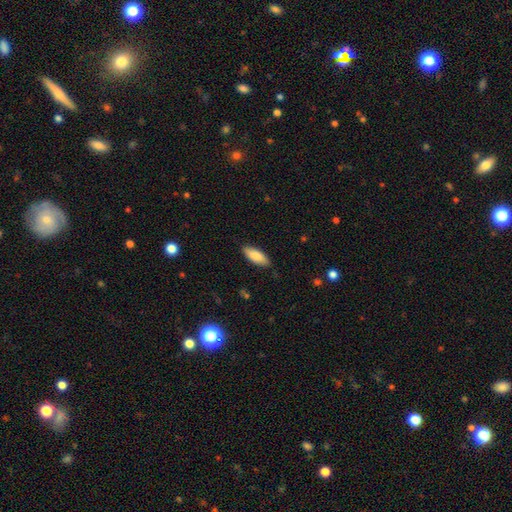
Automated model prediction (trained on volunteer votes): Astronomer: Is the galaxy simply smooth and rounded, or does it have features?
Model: smooth — 85%.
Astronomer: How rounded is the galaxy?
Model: in between — 75%.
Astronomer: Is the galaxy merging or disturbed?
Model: none — 86%.